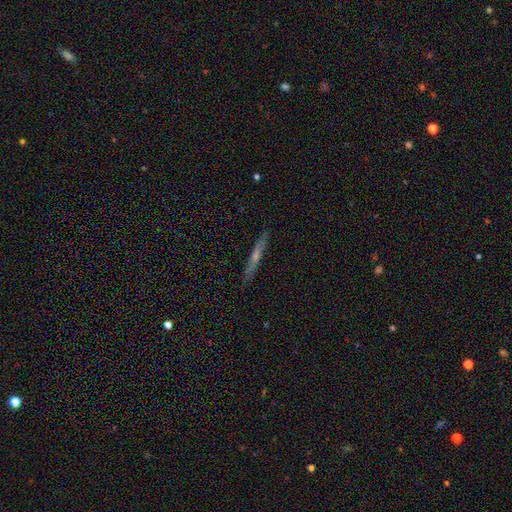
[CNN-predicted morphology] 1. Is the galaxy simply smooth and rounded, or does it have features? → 63% featured or disk, 29% smooth, 8% star or artifact.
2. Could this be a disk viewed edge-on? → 95% yes, 5% no.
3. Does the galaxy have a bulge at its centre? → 64% rounded, 32% none, 5% boxy.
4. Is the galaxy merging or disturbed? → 90% none, 8% minor disturbance, 1% major disturbance, 1% merger.